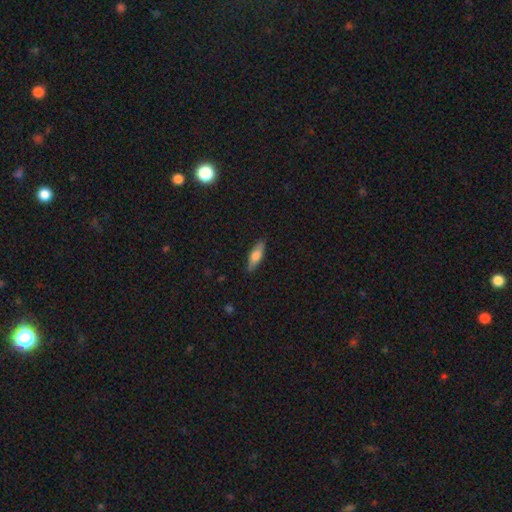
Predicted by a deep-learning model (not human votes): Smooth or featured: smooth — 67% (featured or disk — 27%)
How rounded: in between — 51% (cigar-shaped — 47%)
Merging: none — 86% (minor disturbance — 11%)